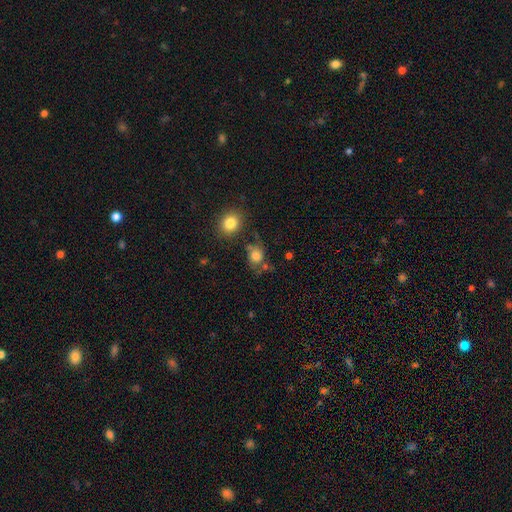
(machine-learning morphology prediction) Smooth or featured: smooth — 73% (featured or disk — 14%)
How rounded: round — 65% (in between — 33%)
Merging: none — 57% (minor disturbance — 20%)